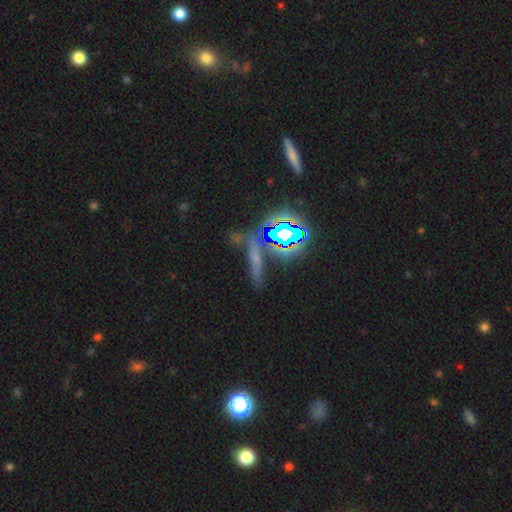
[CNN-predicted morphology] This is possibly a star or artifact rather than a galaxy (50%).